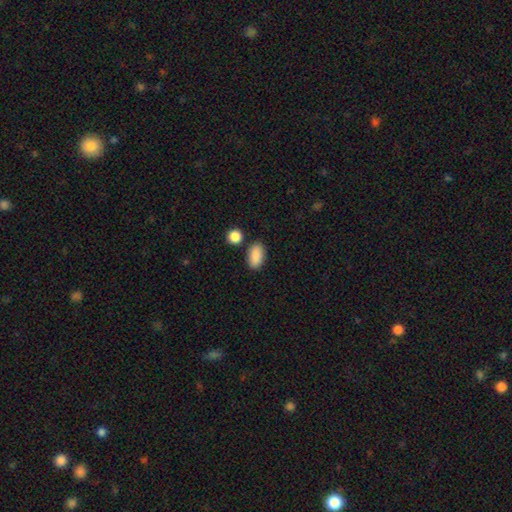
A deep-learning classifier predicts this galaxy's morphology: smooth-or-featured: smooth: 89% | star or artifact: 7% | featured or disk: 4%
  how-rounded: in between: 91% | round: 6% | cigar-shaped: 3%
  merging: none: 81% | minor disturbance: 11% | merger: 6% | major disturbance: 3%